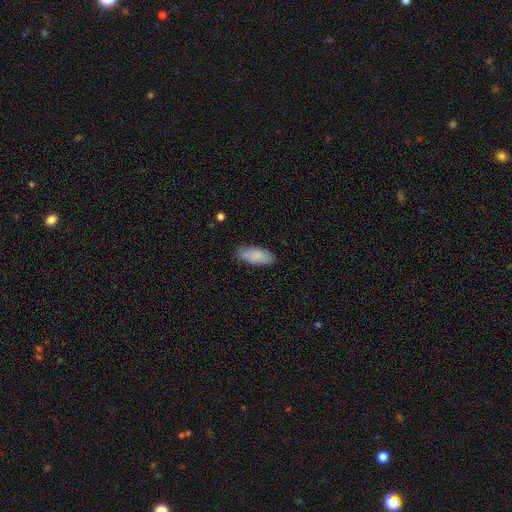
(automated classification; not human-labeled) This is clearly a smooth galaxy (84%). How rounded: clearly in between (85%). Merging: clearly none (81%).